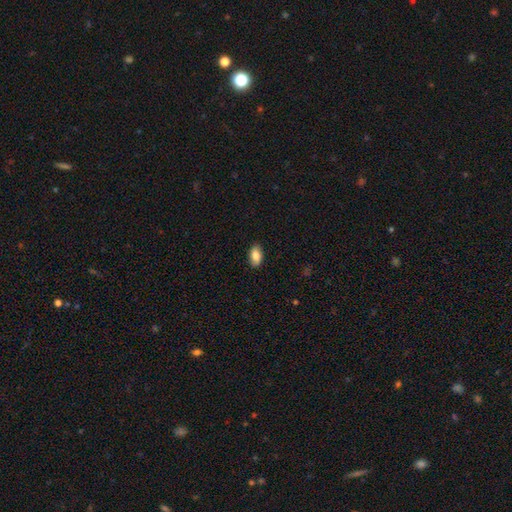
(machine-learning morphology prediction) The model was most divided on "smooth or featured": smooth: 83%, featured or disk: 10%, star or artifact: 7%. More confident: how rounded — in between (93%); merging — none (87%).